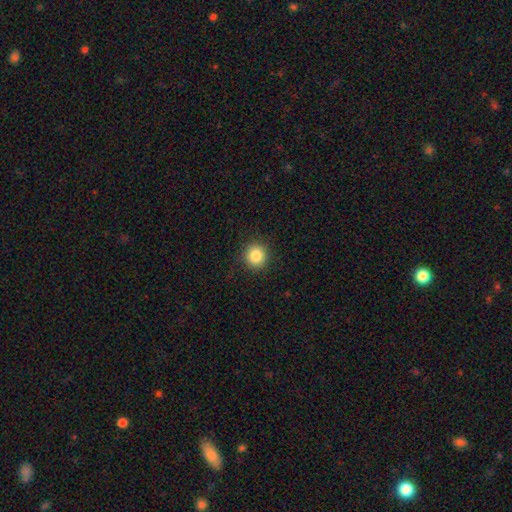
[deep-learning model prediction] The model was most divided on "smooth or featured": smooth: 85%, star or artifact: 10%, featured or disk: 5%. More confident: how rounded — round (93%); merging — none (91%).